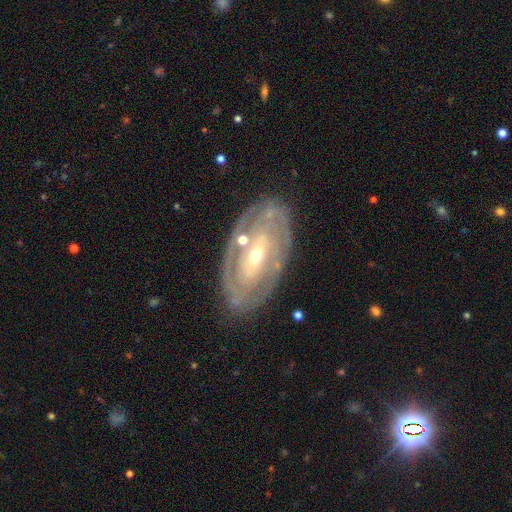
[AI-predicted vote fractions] featured or disk 83%, smooth 12%, star or artifact 6%. Down the decision tree: edge-on disk — no (93%); bar — no (41%); spiral arms — yes (77%); spiral arm count — can't tell (39%); spiral winding — tight (73%); bulge size — small (49%); merging — none (78%).